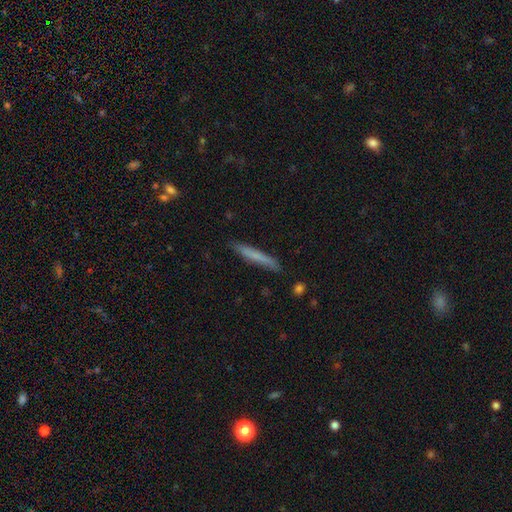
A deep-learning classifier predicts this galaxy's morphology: This appears to be a smooth galaxy with no disk features (69%) that is cigar-shaped (96%). Merging: none (88%).